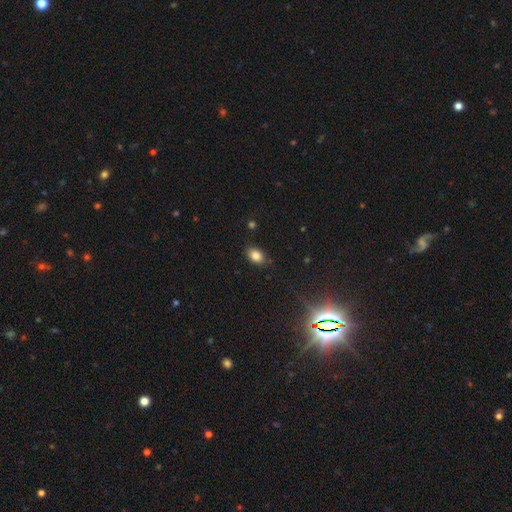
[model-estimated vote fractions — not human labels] smooth-or-featured: smooth: 84% | star or artifact: 10% | featured or disk: 7%
  how-rounded: in between: 81% | round: 17% | cigar-shaped: 1%
  merging: none: 84% | minor disturbance: 12% | major disturbance: 3% | merger: 2%